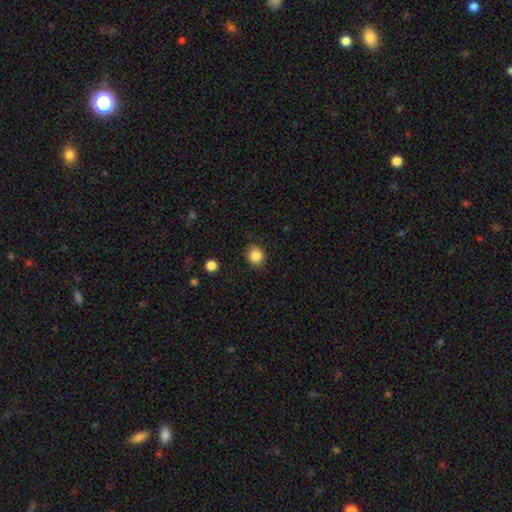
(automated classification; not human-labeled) smooth_or_featured: smooth (p=0.85) [alt: star or artifact p=0.10]
how_rounded: round (p=0.73) [alt: in between p=0.26]
merging: none (p=0.83) [alt: minor disturbance p=0.13]